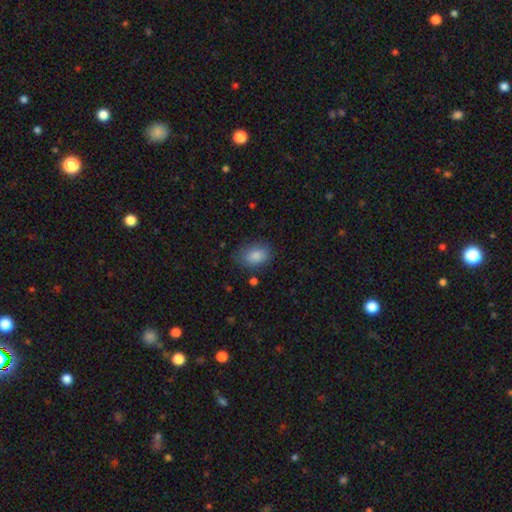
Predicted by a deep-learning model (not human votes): This appears to be a smooth galaxy with no disk features (86%) that is in between round and cigar-shaped (82%). Merging: none (75%).